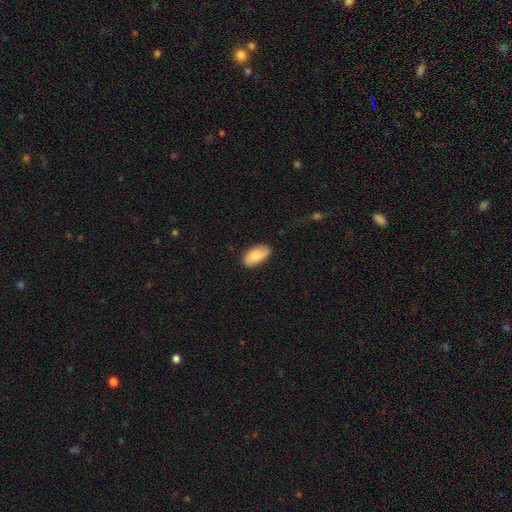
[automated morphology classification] Smooth or featured? Predicted: smooth (p=0.77). How rounded? Predicted: in between (p=0.94). Merging? Predicted: none (p=0.78).